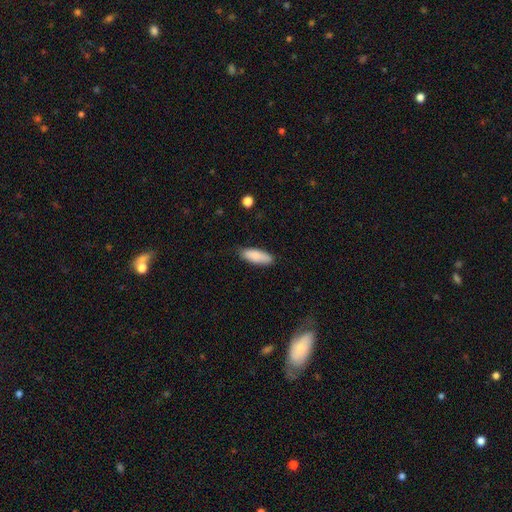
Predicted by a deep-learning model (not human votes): A smooth galaxy with no disk features (86%) that is in between round and cigar-shaped (65%).

Vote fractions:
- Smooth or featured? smooth: 86% / featured or disk: 8% / star or artifact: 6%
- How rounded? in between: 65% / cigar-shaped: 33% / round: 2%
- Merging? none: 80% / minor disturbance: 16% / major disturbance: 3% / merger: 1%